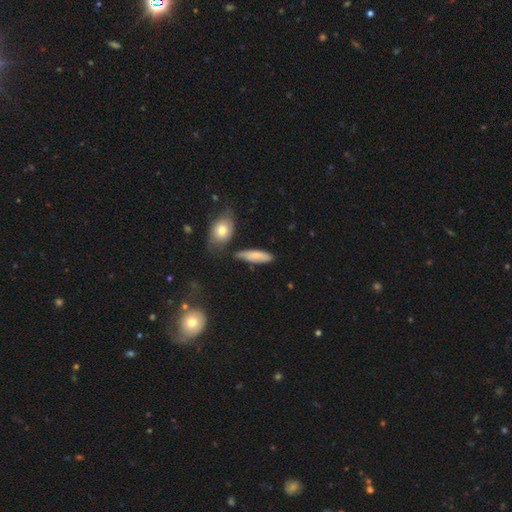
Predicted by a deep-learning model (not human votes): A smooth galaxy with no disk features (71%) that is in between round and cigar-shaped (50%).

Vote fractions:
- Smooth or featured? smooth: 71% / featured or disk: 23% / star or artifact: 6%
- How rounded? in between: 50% / cigar-shaped: 48% / round: 3%
- Merging? none: 64% / minor disturbance: 22% / merger: 8% / major disturbance: 5%